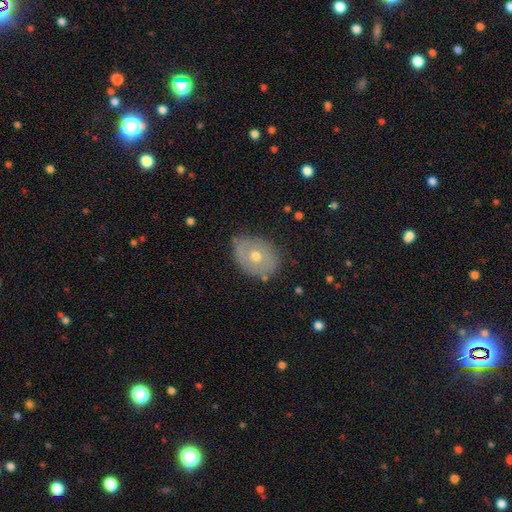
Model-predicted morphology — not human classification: Smooth or featured? Predicted: smooth (p=0.51). How rounded? Predicted: in between (p=0.55). Merging? Predicted: none (p=0.75).